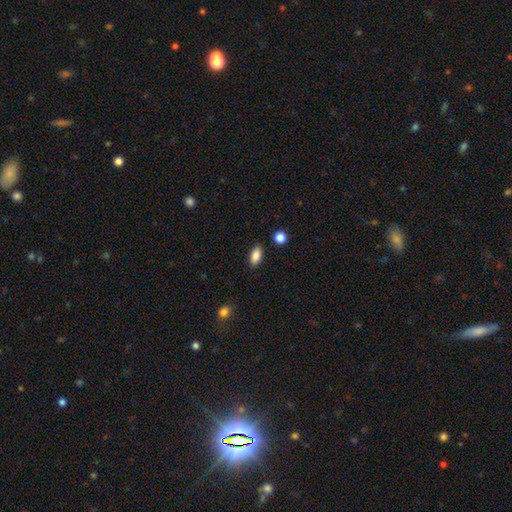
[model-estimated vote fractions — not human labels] smooth_or_featured: smooth (p=0.85) [alt: star or artifact p=0.08]
how_rounded: in between (p=0.89) [alt: cigar-shaped p=0.07]
merging: none (p=0.87) [alt: minor disturbance p=0.09]